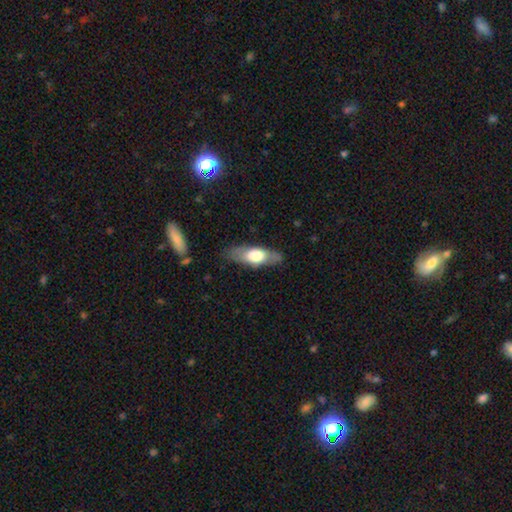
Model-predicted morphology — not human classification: smooth_or_featured: smooth (p=0.56) [alt: featured or disk p=0.39]
how_rounded: in between (p=0.65) [alt: cigar-shaped p=0.32]
merging: none (p=0.79) [alt: minor disturbance p=0.15]